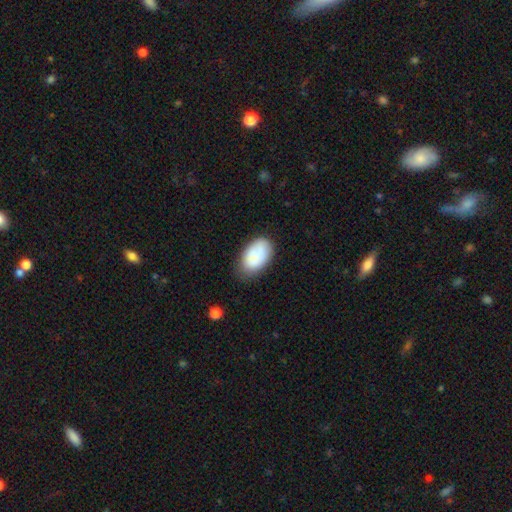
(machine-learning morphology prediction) A smooth galaxy with no disk features (85%) that is in between round and cigar-shaped (93%). Merging: none (69%).